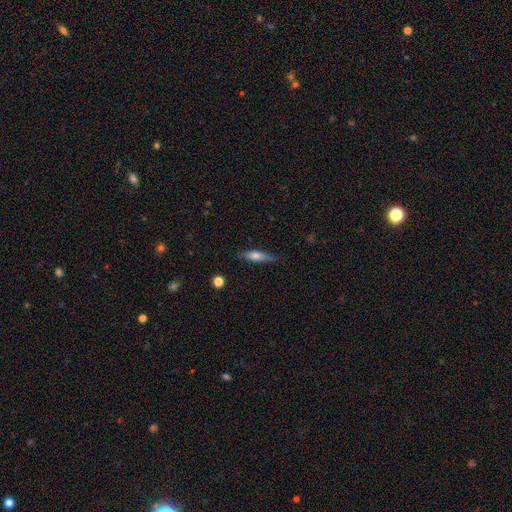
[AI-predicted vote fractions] A smooth galaxy with no disk features (60%) that is cigar-shaped (71%). Merging: none (78%).